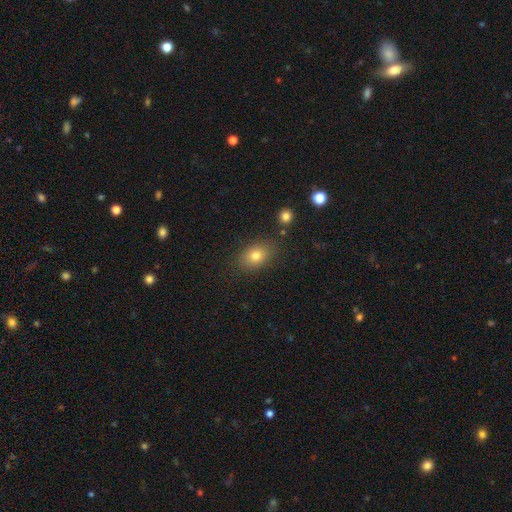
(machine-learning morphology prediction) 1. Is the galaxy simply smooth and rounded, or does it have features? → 78% smooth, 11% featured or disk, 11% star or artifact.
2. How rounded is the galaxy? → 77% in between, 22% round, 2% cigar-shaped.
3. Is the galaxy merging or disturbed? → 81% none, 13% minor disturbance, 4% major disturbance, 3% merger.